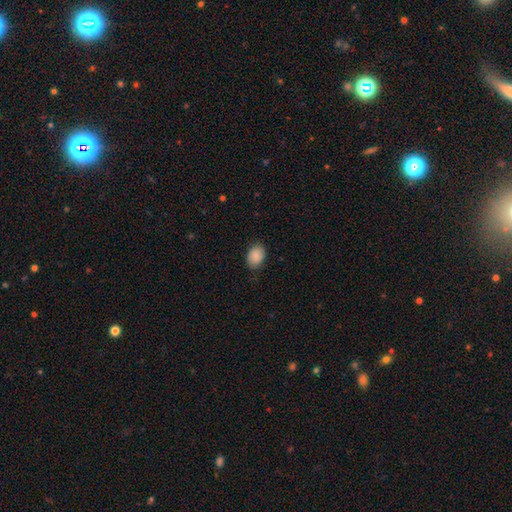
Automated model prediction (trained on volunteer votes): This is clearly a smooth galaxy (89%). How rounded: likely in between (75%). Merging: clearly none (83%).